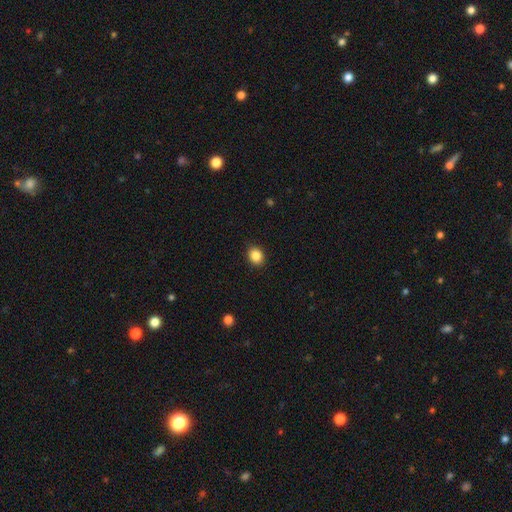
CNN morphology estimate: smooth_or_featured: smooth (p=0.86) [alt: star or artifact p=0.10]
how_rounded: round (p=0.54) [alt: in between p=0.45]
merging: none (p=0.89) [alt: minor disturbance p=0.08]